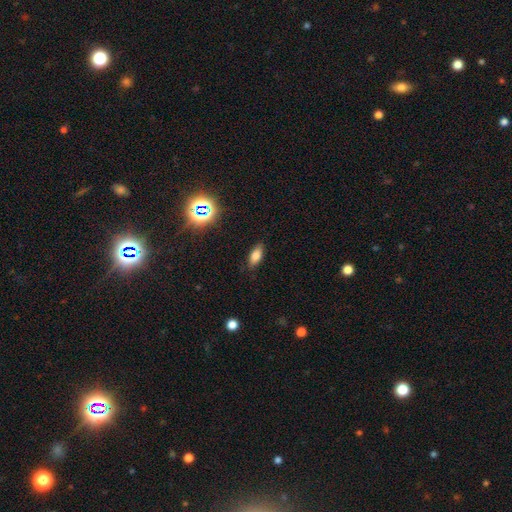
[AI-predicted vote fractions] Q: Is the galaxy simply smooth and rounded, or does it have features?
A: smooth — 78%.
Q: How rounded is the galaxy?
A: in between — 82%.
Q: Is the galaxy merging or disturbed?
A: none — 86%.